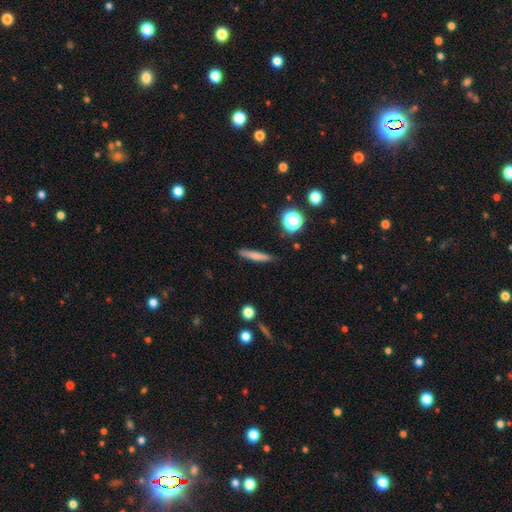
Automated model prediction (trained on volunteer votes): smooth 73%, featured or disk 18%, star or artifact 9%. Down the decision tree: how rounded — cigar-shaped (89%); merging — none (86%).